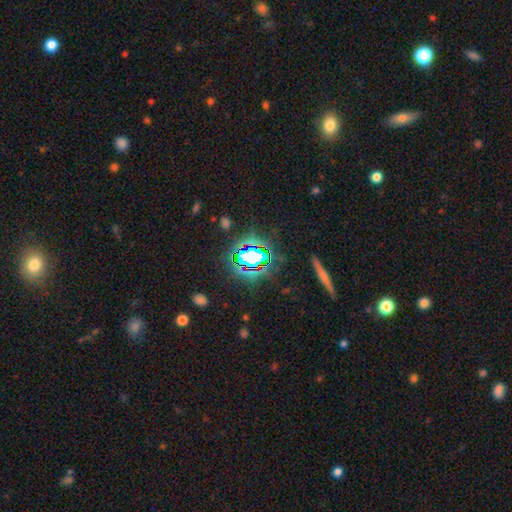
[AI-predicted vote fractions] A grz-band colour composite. It shows a star or artifact, not a galaxy (73%).